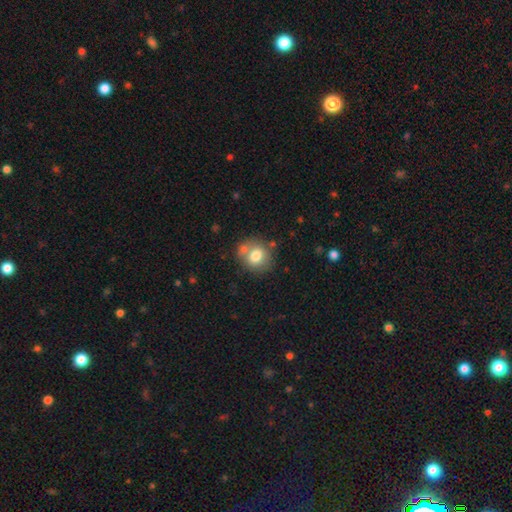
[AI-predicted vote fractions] A smooth galaxy with no disk features (75%) that is round (81%). Merging: none (65%).